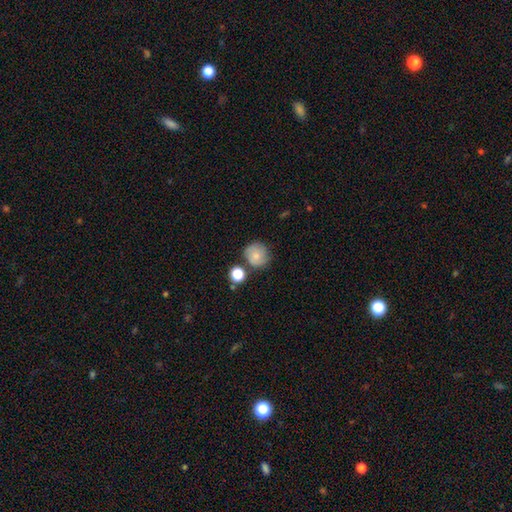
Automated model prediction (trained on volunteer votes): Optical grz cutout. It shows a smooth galaxy with no disk features (73%) that is round (91%). Merging: none (70%).